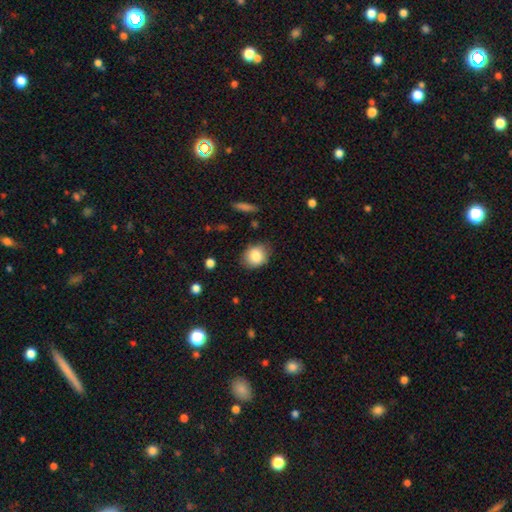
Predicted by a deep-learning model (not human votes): Q: Smooth or featured?
A: smooth (84%); runner-up: star or artifact (8%)
Q: How rounded?
A: round (54%); runner-up: in between (45%)
Q: Merging?
A: none (81%); runner-up: minor disturbance (14%)